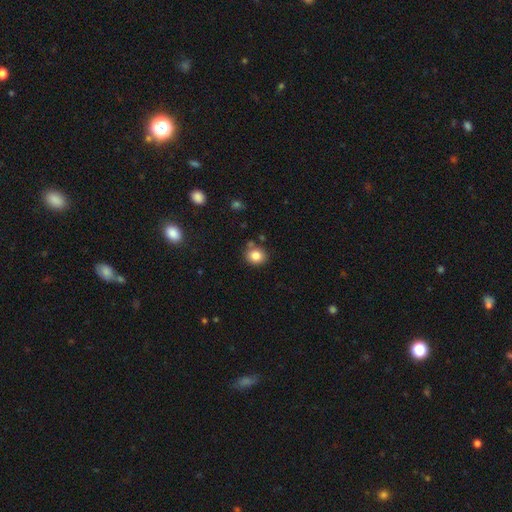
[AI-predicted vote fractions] smooth-or-featured: smooth: 82% | star or artifact: 11% | featured or disk: 7%
  how-rounded: round: 75% | in between: 24% | cigar-shaped: 1%
  merging: none: 78% | minor disturbance: 12% | merger: 8% | major disturbance: 3%